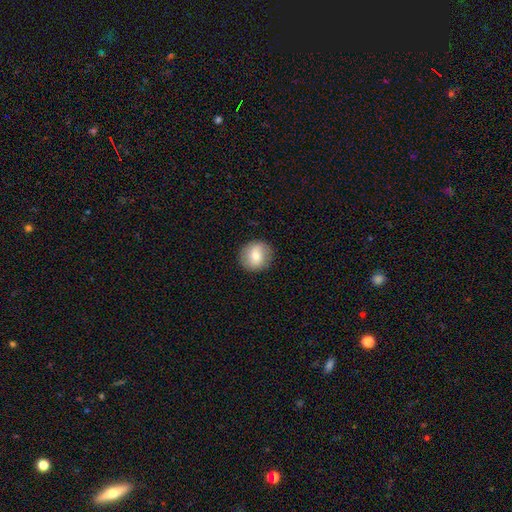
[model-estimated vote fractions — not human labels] Overall: smooth (69%). How rounded: round (91%). Merging: none (88%).